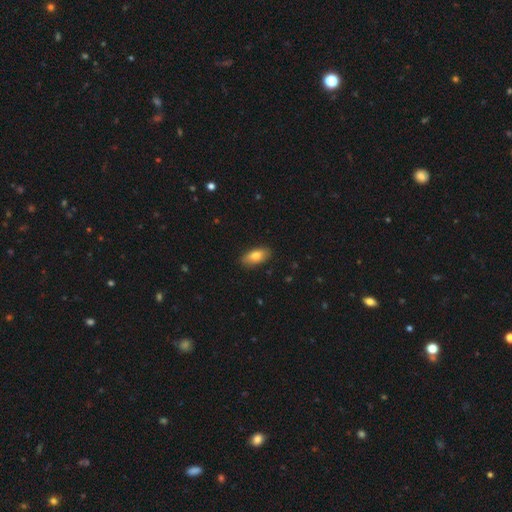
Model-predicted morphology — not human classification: A smooth galaxy with no disk features (79%) that is in between round and cigar-shaped (87%).

Vote fractions:
- Smooth or featured? smooth: 79% / featured or disk: 15% / star or artifact: 7%
- How rounded? in between: 87% / cigar-shaped: 10% / round: 3%
- Merging? none: 87% / minor disturbance: 10% / major disturbance: 2% / merger: 1%